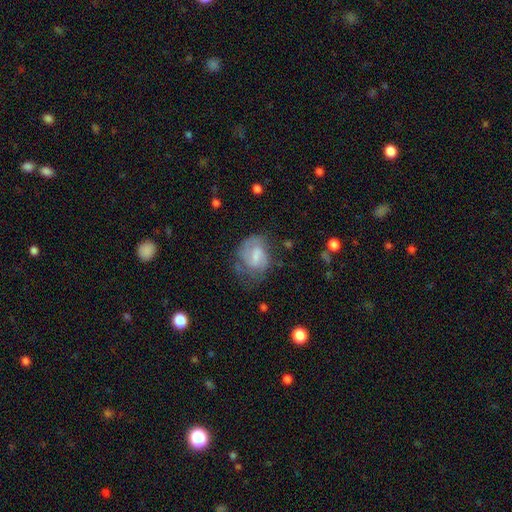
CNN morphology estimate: A featured or disk galaxy (56%) with a weak bar (54%), spiral arms (75%) and a small central bulge (39%). Merging: none (45%).